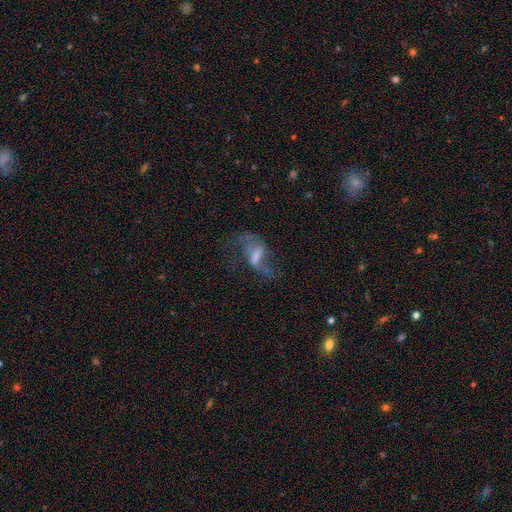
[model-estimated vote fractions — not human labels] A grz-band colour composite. It shows a featured or disk galaxy (67%) with a weak bar (47%), spiral arms (75%) and no central bulge (31%). Merging: none (45%).